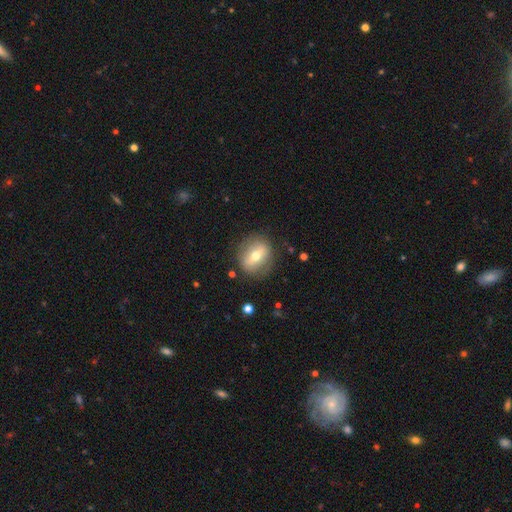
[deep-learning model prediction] This appears to be a smooth galaxy with no disk features (50%). Merging: none (81%).